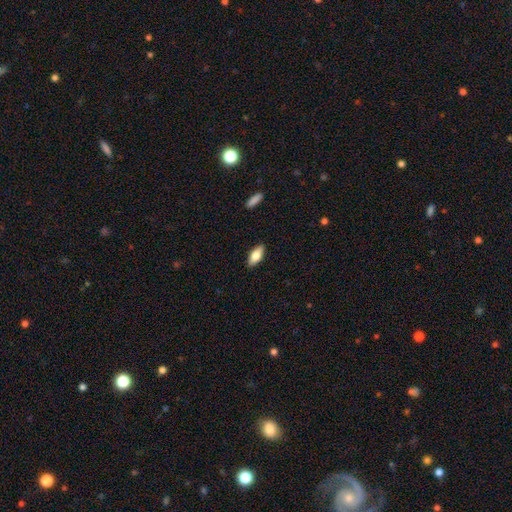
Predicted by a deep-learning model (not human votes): A smooth galaxy with no disk features (74%) that is in between round and cigar-shaped (82%). Merging: none (89%).